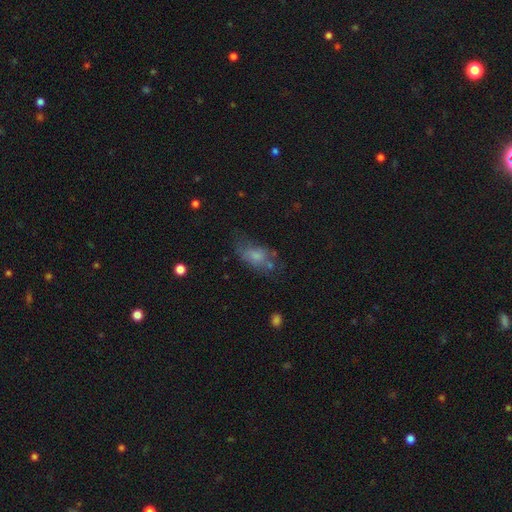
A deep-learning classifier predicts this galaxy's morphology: type=smooth (66%); roundness=in between (86%); merging=none (42%).